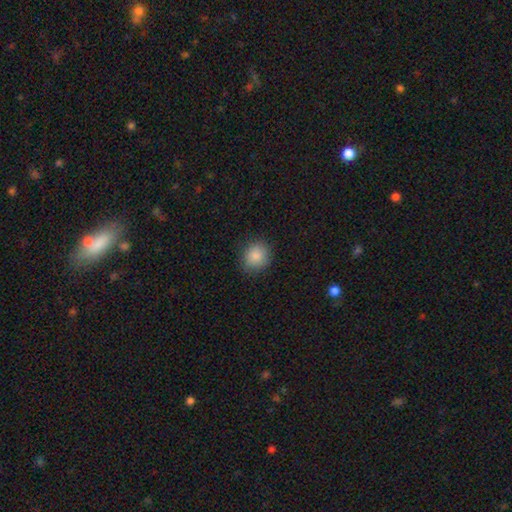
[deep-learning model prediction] Smooth or featured? smooth (87%)
How rounded? round (77%)
Merging? none (86%)